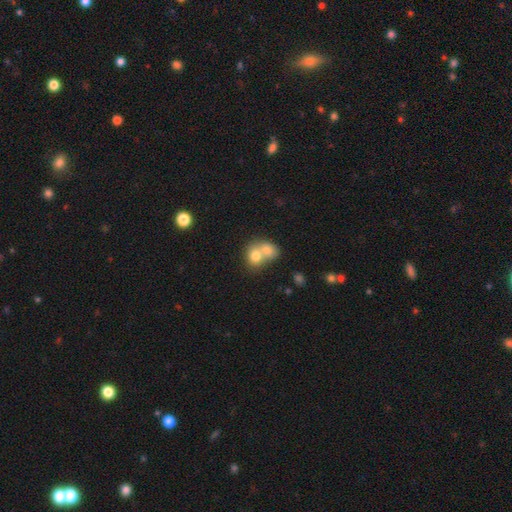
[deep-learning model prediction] Smooth or featured? smooth (74%)
How rounded? round (60%)
Merging? merger (73%)